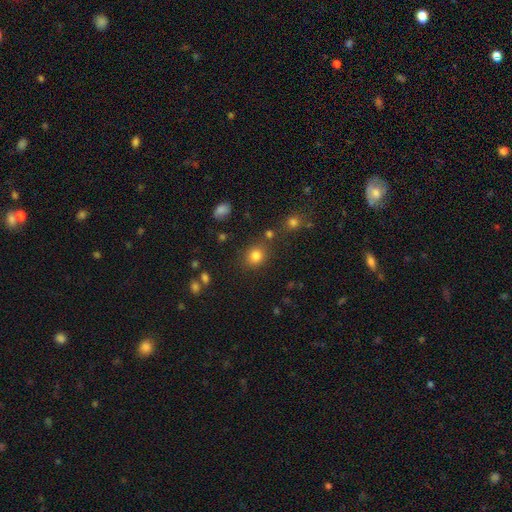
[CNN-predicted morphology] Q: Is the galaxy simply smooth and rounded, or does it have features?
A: smooth — 82%.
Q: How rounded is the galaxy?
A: round — 70%.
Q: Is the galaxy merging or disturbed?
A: none — 75%.